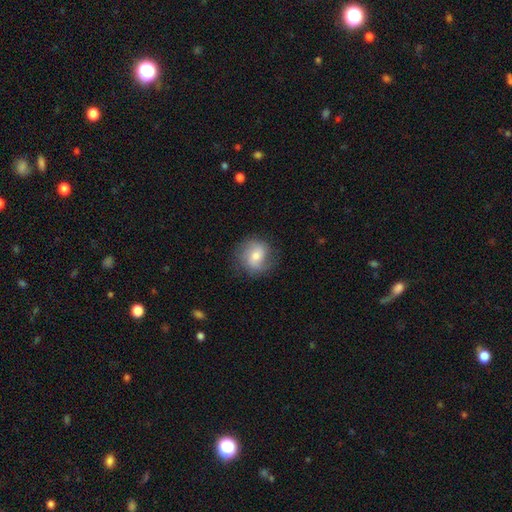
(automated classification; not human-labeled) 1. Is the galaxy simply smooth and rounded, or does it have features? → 50% smooth, 41% featured or disk, 8% star or artifact.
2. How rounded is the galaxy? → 78% round, 21% in between, 1% cigar-shaped.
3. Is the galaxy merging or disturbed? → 75% none, 17% minor disturbance, 7% major disturbance, 1% merger.